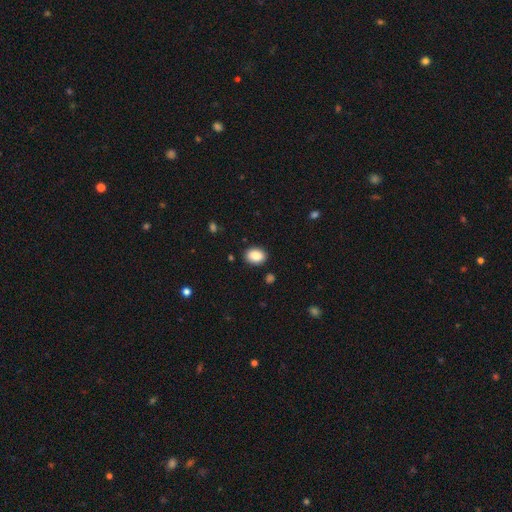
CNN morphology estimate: smooth_or_featured: smooth (p=0.88) [alt: star or artifact p=0.08]
how_rounded: in between (p=0.74) [alt: round p=0.25]
merging: none (p=0.88) [alt: minor disturbance p=0.09]